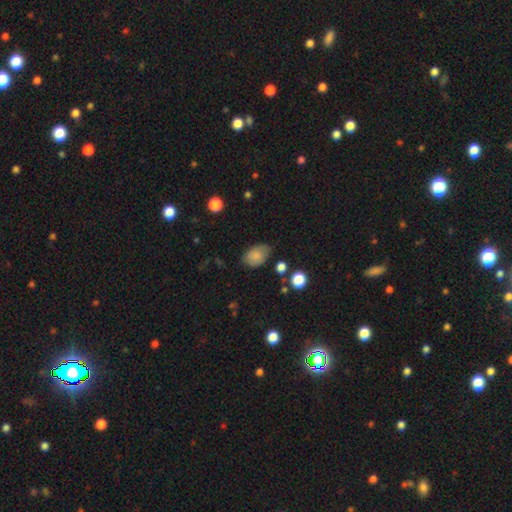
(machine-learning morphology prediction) Smooth or featured?
  - smooth: 82% *
  - star or artifact: 9%
  - featured or disk: 9%
How rounded?
  - in between: 84% *
  - round: 15%
  - cigar-shaped: 1%
Merging?
  - none: 65% *
  - minor disturbance: 27%
  - major disturbance: 6%
  - merger: 3%